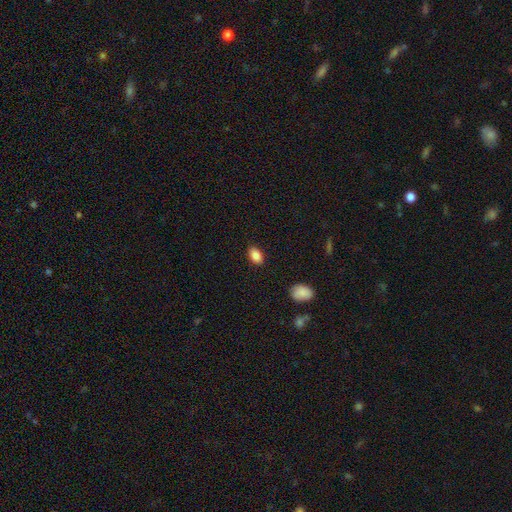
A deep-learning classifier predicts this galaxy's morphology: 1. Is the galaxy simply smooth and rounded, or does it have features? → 88% smooth, 8% star or artifact, 4% featured or disk.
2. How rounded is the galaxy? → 89% in between, 9% round, 2% cigar-shaped.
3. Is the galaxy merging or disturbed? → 86% none, 10% minor disturbance, 2% major disturbance, 1% merger.